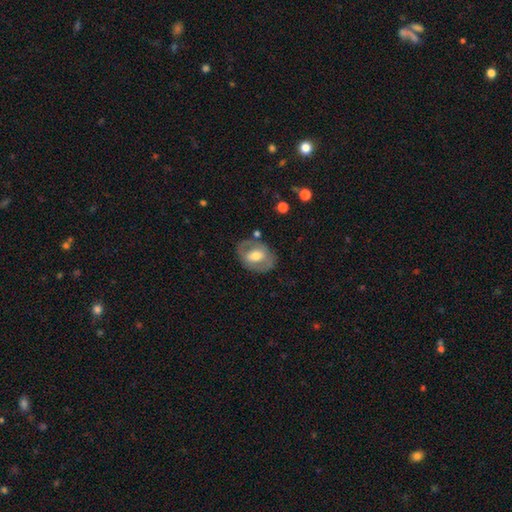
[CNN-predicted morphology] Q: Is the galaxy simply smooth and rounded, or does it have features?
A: featured or disk — 51%.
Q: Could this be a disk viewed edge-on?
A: no — 93%.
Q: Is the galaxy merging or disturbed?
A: none — 72%.